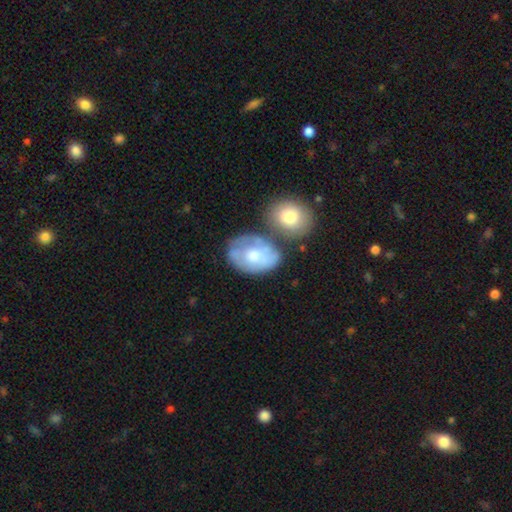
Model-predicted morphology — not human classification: Smooth or featured? Predicted: smooth (p=0.50). How rounded? Predicted: in between (p=0.79). Merging? Predicted: none (p=0.42).